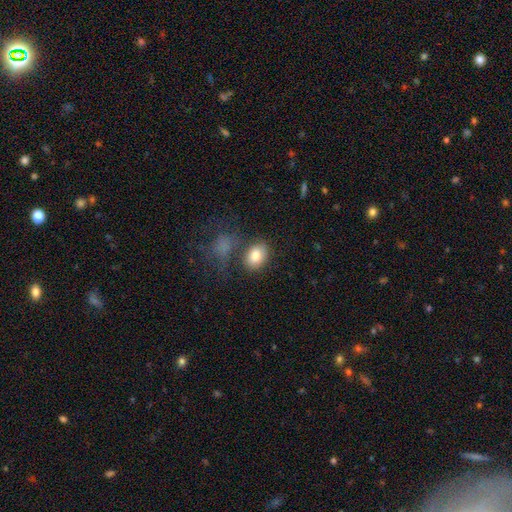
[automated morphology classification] This appears to be a smooth galaxy with no disk features (80%) that is in between round and cigar-shaped (70%). Merging: none (71%).